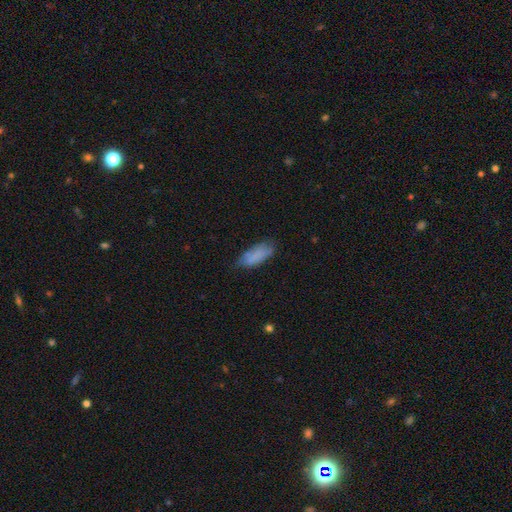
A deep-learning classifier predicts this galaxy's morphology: This is likely a smooth galaxy (79%). How rounded: likely in between (73%). Merging: likely none (65%).